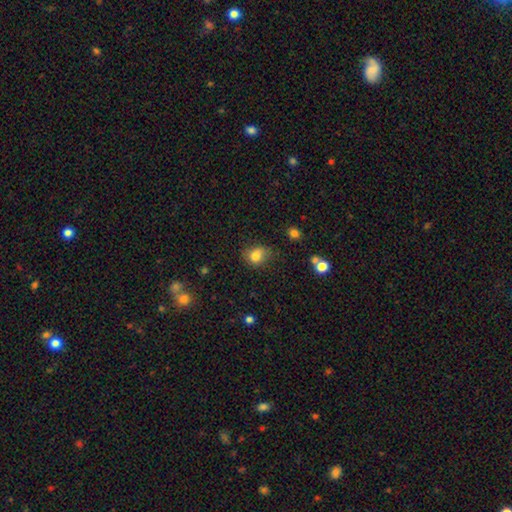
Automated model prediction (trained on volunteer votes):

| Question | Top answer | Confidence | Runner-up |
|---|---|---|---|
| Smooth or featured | smooth | 81% | star or artifact (11%) |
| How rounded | round | 54% | in between (45%) |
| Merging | none | 65% | minor disturbance (25%) |